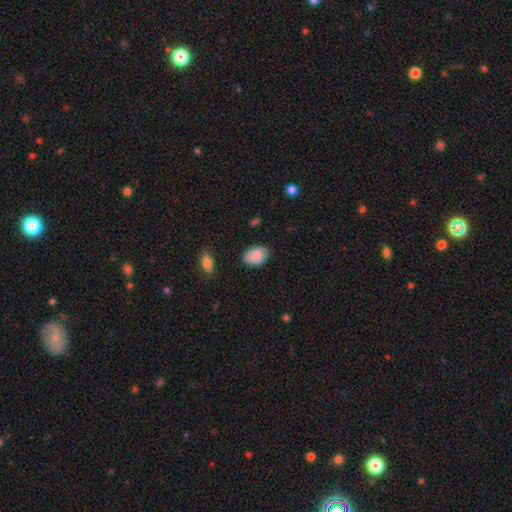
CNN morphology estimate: Smooth or featured: smooth — 87% (star or artifact — 7%)
How rounded: in between — 84% (round — 15%)
Merging: none — 84% (minor disturbance — 12%)